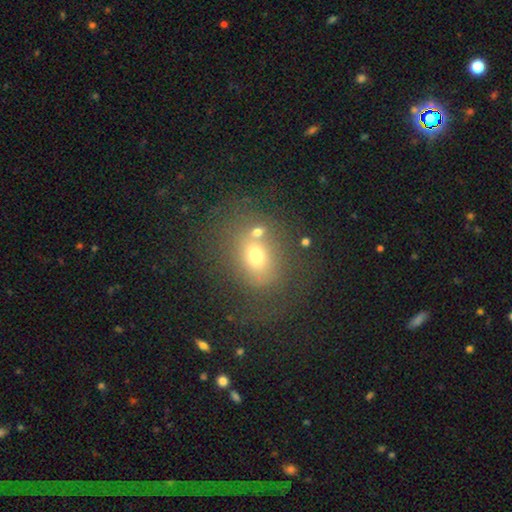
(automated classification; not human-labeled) A smooth galaxy with no disk features (62%) that is in between round and cigar-shaped (51%). Merging: none (55%).